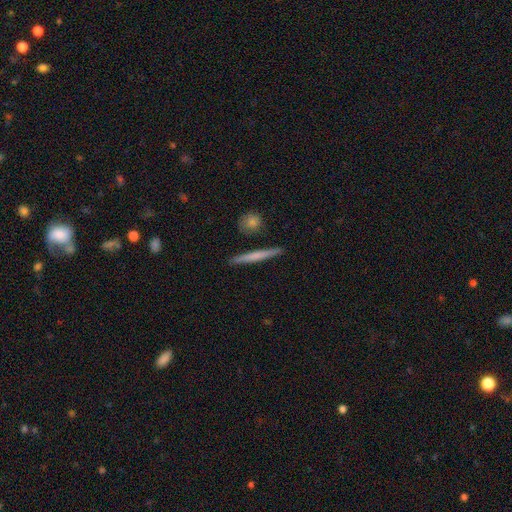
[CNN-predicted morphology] A smooth galaxy with no disk features (56%) that is cigar-shaped (95%).

Vote fractions:
- Smooth or featured? smooth: 56% / featured or disk: 39% / star or artifact: 5%
- How rounded? cigar-shaped: 95% / in between: 3% / round: 2%
- Merging? none: 89% / minor disturbance: 7% / merger: 3% / major disturbance: 2%